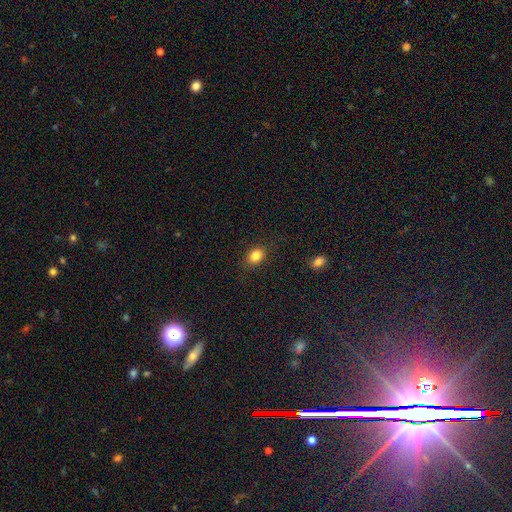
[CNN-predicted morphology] The model was most divided on "how rounded": in between: 67%, round: 32%, cigar-shaped: 1%. More confident: merging — none (86%); smooth or featured — smooth (84%).